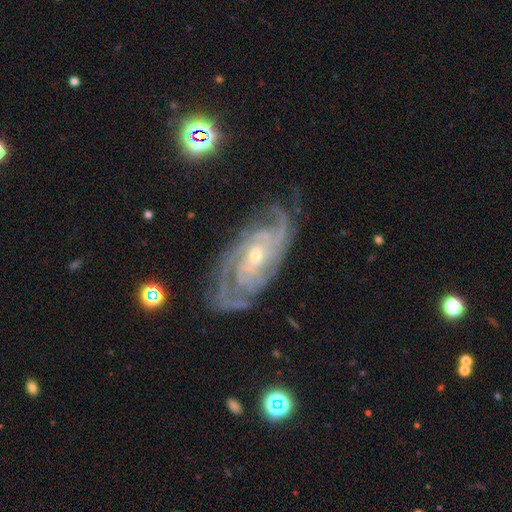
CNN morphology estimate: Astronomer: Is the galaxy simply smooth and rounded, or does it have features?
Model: featured or disk — 90%.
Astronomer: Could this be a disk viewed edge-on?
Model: no — 95%.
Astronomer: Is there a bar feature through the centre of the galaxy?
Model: no — 61%.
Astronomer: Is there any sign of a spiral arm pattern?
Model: yes — 98%.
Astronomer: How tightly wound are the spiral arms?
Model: tight — 67%.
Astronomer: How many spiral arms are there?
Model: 3 — 25% (runner-up: 4, 24%).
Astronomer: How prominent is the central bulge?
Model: small — 66%.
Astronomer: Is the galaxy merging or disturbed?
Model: none — 74%.